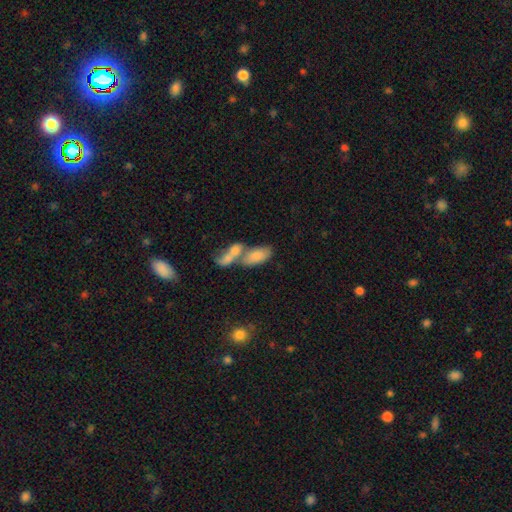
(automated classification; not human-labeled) Smooth or featured? Predicted: smooth (p=0.68). How rounded? Predicted: in between (p=0.83). Merging? Predicted: merger (p=0.60).